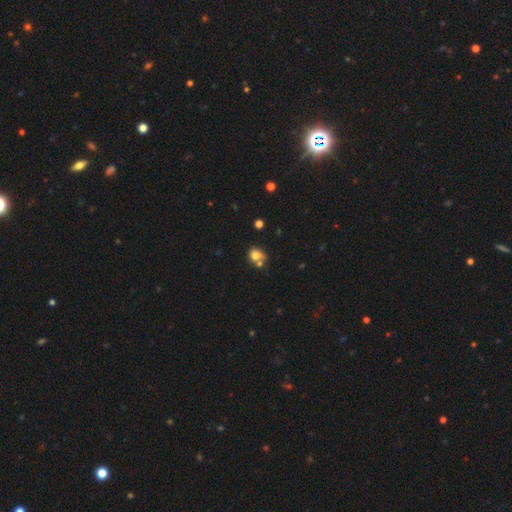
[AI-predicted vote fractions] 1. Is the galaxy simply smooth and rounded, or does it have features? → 77% smooth, 12% star or artifact, 11% featured or disk.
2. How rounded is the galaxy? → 63% round, 36% in between, 1% cigar-shaped.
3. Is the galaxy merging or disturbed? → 43% none, 34% merger, 15% minor disturbance, 7% major disturbance.